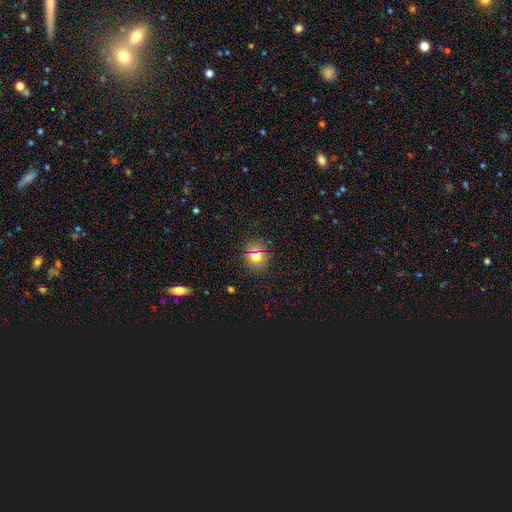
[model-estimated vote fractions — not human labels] This appears to be a smooth galaxy with no disk features (60%) that is round (82%). Merging: none (87%).